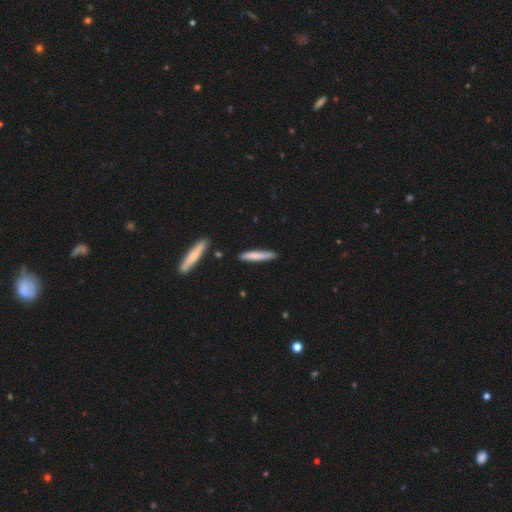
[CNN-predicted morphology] Smooth or featured: smooth — 71% (featured or disk — 24%)
How rounded: cigar-shaped — 92% (in between — 7%)
Merging: none — 82% (minor disturbance — 13%)